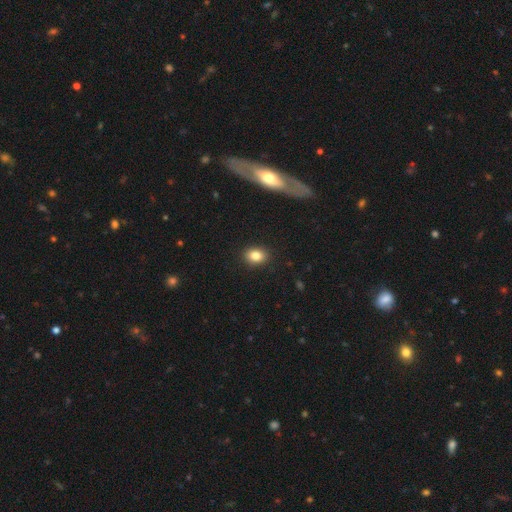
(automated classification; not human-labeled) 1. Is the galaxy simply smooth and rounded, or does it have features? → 83% smooth, 10% star or artifact, 7% featured or disk.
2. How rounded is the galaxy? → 64% in between, 34% round, 1% cigar-shaped.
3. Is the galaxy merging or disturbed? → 89% none, 8% minor disturbance, 2% major disturbance, 1% merger.